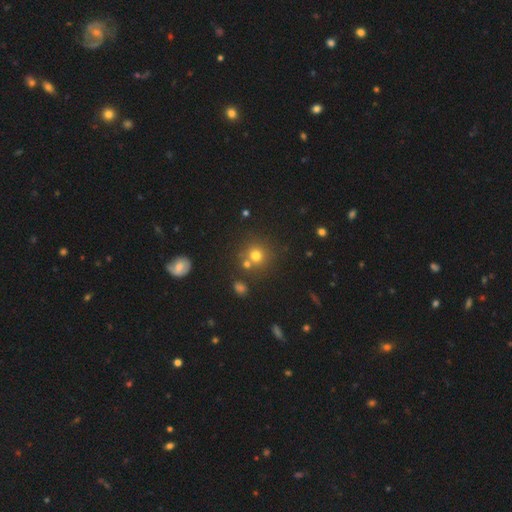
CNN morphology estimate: A smooth galaxy with no disk features (72%) that is round (90%).

Vote fractions:
- Smooth or featured? smooth: 72% / star or artifact: 18% / featured or disk: 10%
- How rounded? round: 90% / in between: 9% / cigar-shaped: 1%
- Merging? none: 68% / merger: 19% / minor disturbance: 9% / major disturbance: 3%